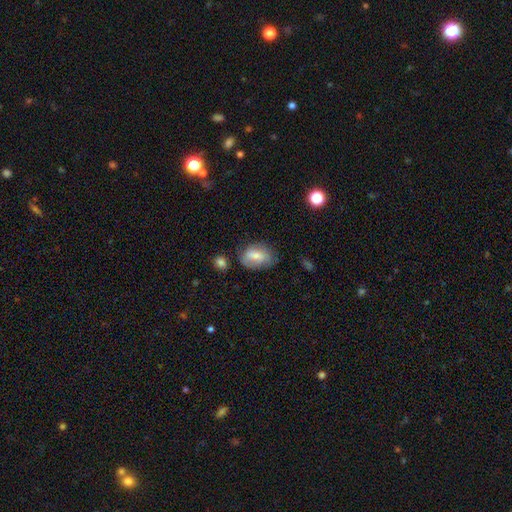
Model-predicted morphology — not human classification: Q: Smooth or featured?
A: smooth (64%); runner-up: featured or disk (28%)
Q: How rounded?
A: in between (82%); runner-up: round (16%)
Q: Merging?
A: none (58%); runner-up: minor disturbance (28%)